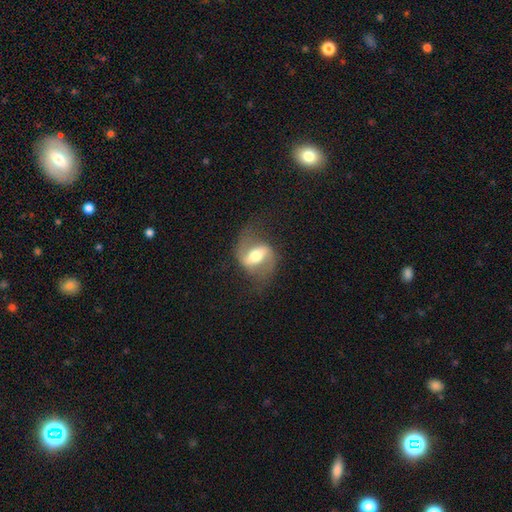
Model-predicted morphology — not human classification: A featured or disk galaxy (79%) with a strong bar (52%), 2 (91%) loose (54%) spiral arms (89%) and a moderate central bulge (62%). Merging: none (69%).